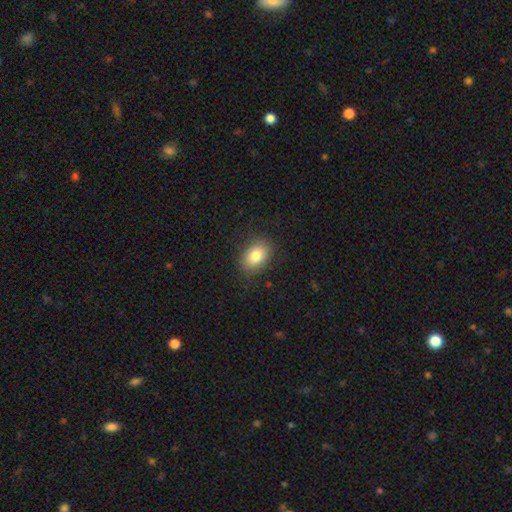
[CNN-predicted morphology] type=smooth (81%); roundness=in between (77%); merging=none (85%).